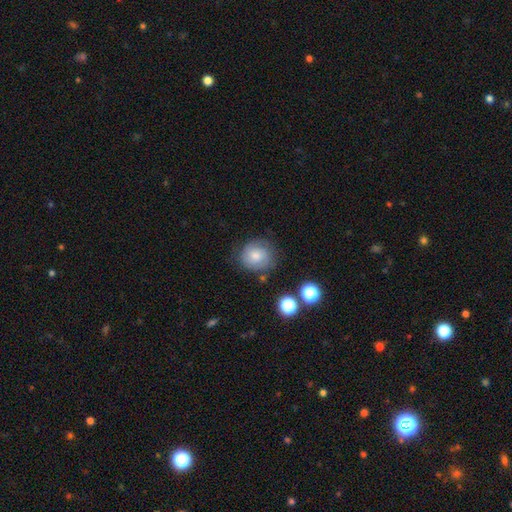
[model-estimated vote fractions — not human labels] smooth_or_featured: smooth (p=0.66) [alt: featured or disk p=0.24]
how_rounded: round (p=0.84) [alt: in between p=0.15]
merging: none (p=0.73) [alt: minor disturbance p=0.18]